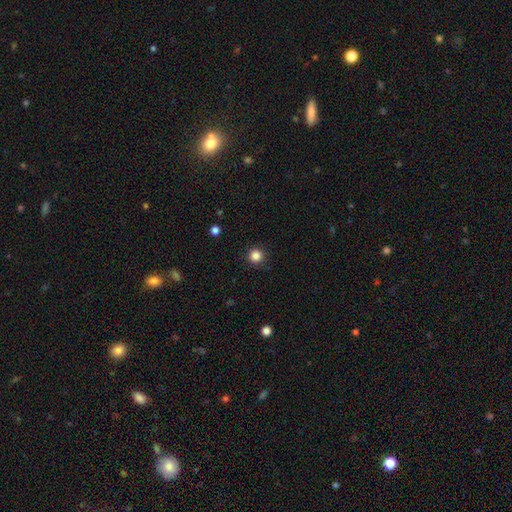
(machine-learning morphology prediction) Q: Smooth or featured?
A: smooth (84%); runner-up: star or artifact (12%)
Q: How rounded?
A: round (95%); runner-up: in between (4%)
Q: Merging?
A: none (91%); runner-up: minor disturbance (6%)